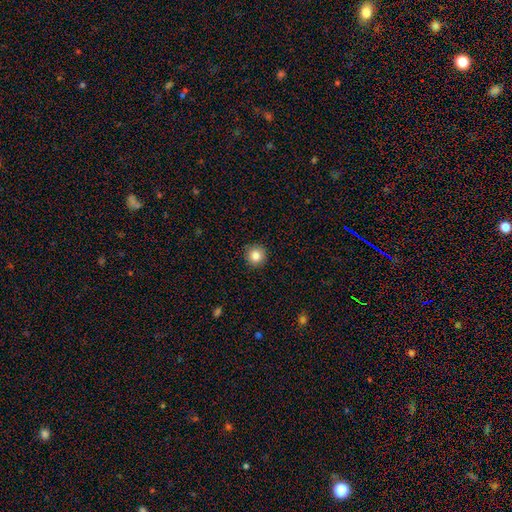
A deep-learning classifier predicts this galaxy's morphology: This appears to be a smooth galaxy with no disk features (84%) that is round (94%). Merging: none (92%).